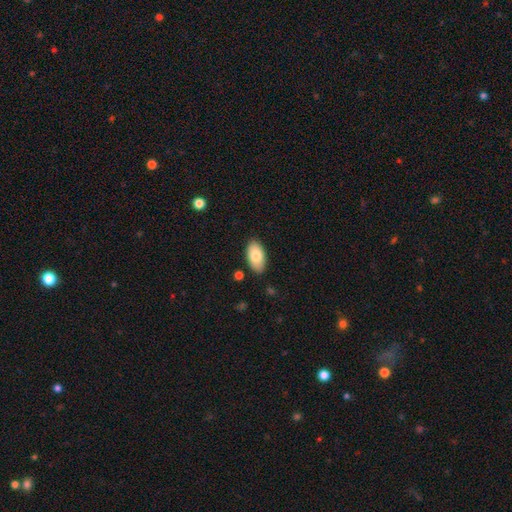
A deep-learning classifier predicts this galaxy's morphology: Smooth or featured?
  - smooth: 80% *
  - featured or disk: 13%
  - star or artifact: 6%
How rounded?
  - in between: 95% *
  - round: 3%
  - cigar-shaped: 2%
Merging?
  - none: 86% *
  - minor disturbance: 11%
  - major disturbance: 2%
  - merger: 2%